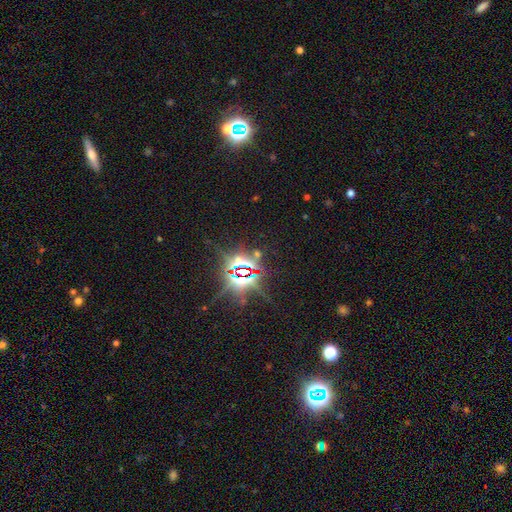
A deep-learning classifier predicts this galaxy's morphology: Smooth or featured?
  - star or artifact: 84% *
  - featured or disk: 8%
  - smooth: 8%